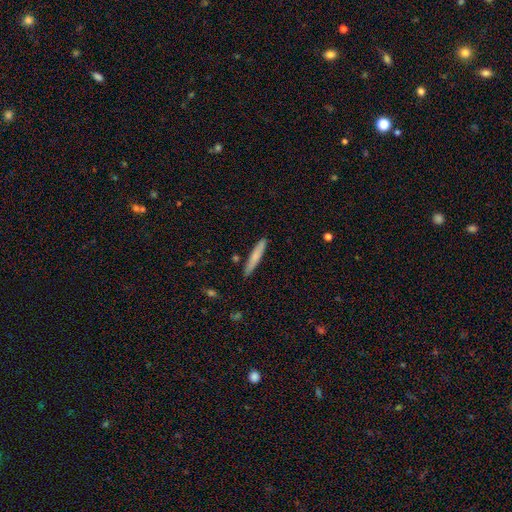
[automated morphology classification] Overall: smooth (72%). How rounded: cigar-shaped (94%). Merging: none (87%).